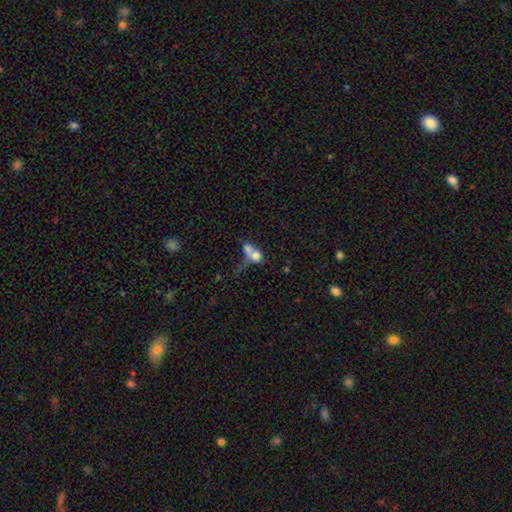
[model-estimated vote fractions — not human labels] Smooth or featured?
  - smooth: 67% *
  - featured or disk: 22%
  - star or artifact: 11%
How rounded?
  - round: 52% *
  - in between: 45%
  - cigar-shaped: 3%
Merging?
  - merger: 68% *
  - none: 14%
  - major disturbance: 10%
  - minor disturbance: 7%